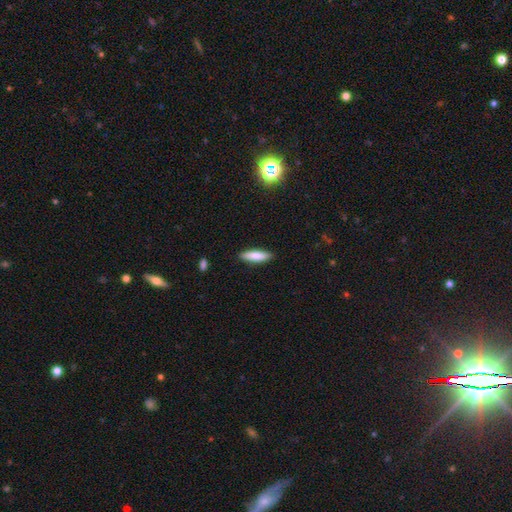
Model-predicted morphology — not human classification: smooth-or-featured: smooth: 81% | featured or disk: 13% | star or artifact: 6%
  how-rounded: cigar-shaped: 61% | in between: 38% | round: 2%
  merging: none: 89% | minor disturbance: 8% | major disturbance: 2% | merger: 1%